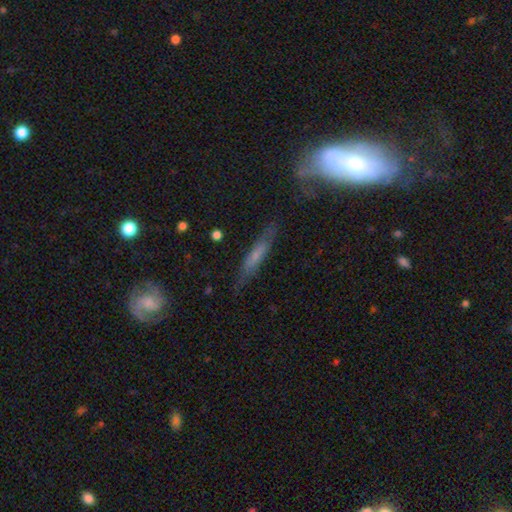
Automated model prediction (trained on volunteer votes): Smooth or featured? smooth (52%)
How rounded? cigar-shaped (86%)
Merging? none (74%)